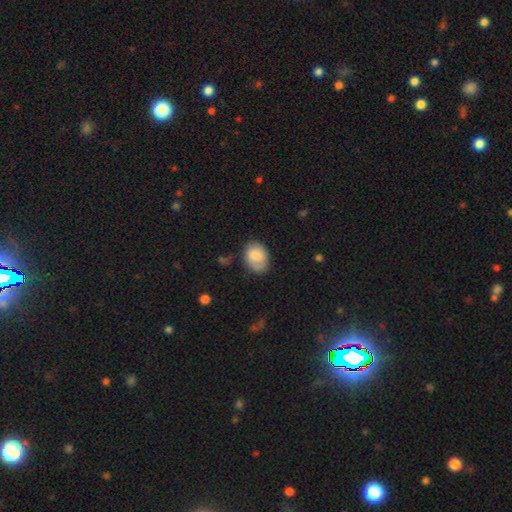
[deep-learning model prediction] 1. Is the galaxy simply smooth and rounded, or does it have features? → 81% smooth, 12% featured or disk, 7% star or artifact.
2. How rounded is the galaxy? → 71% in between, 28% round, 1% cigar-shaped.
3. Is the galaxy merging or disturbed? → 65% none, 26% minor disturbance, 7% major disturbance, 2% merger.